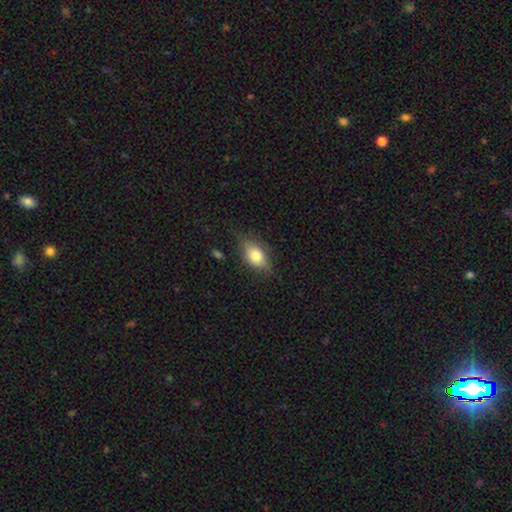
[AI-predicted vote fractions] Smooth or featured? Predicted: smooth (p=0.74). How rounded? Predicted: in between (p=0.85). Merging? Predicted: none (p=0.66).